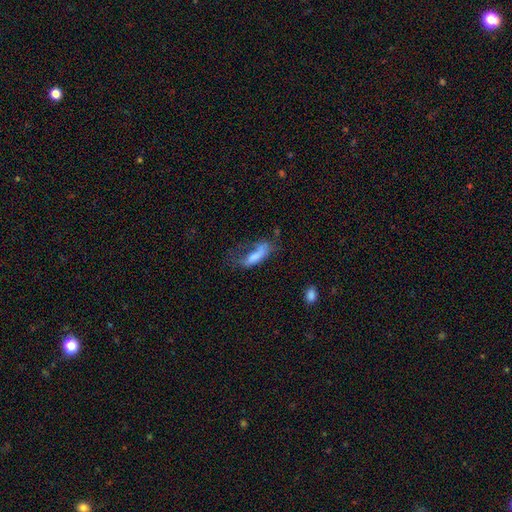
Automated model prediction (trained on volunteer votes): The model was most divided on "how rounded": in between: 59%, cigar-shaped: 38%, round: 3%. Remaining: smooth or featured — smooth (64%); merging — major disturbance (48%).